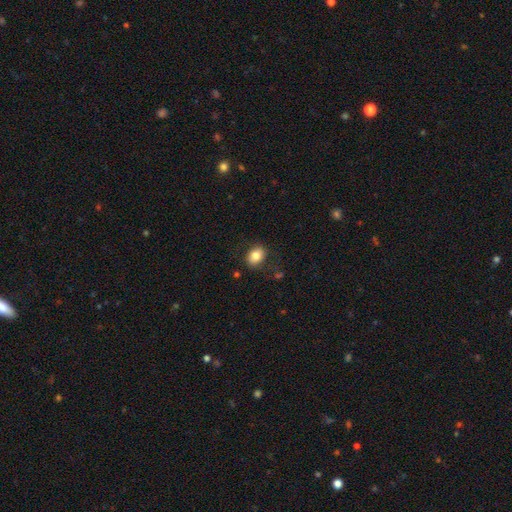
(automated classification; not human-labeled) smooth 82%, featured or disk 10%, star or artifact 9%. Down the decision tree: how rounded — in between (66%); merging — none (81%).